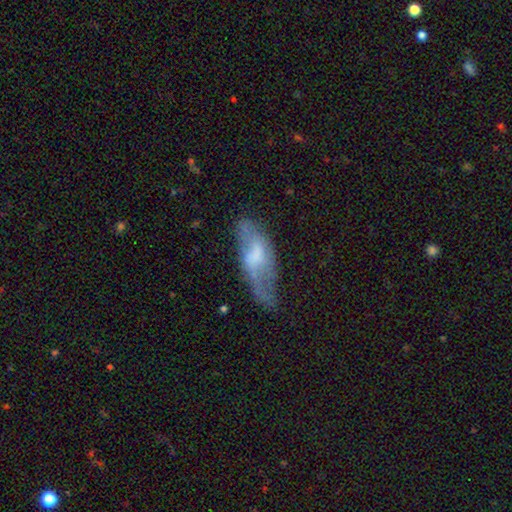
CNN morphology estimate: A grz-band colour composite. It shows a featured or disk galaxy (50%). Merging: none (46%).